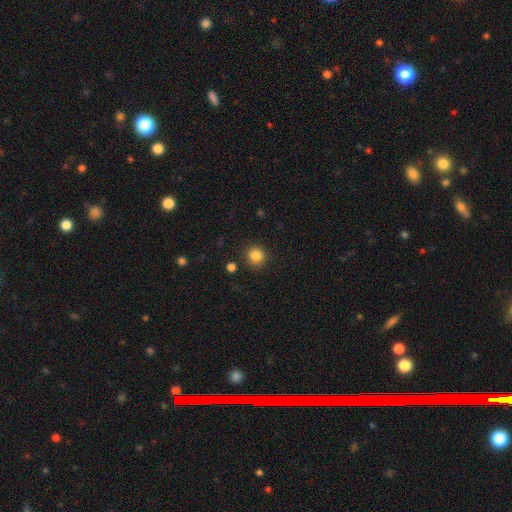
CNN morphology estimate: smooth 84%, star or artifact 11%, featured or disk 5%. Down the decision tree: how rounded — round (92%); merging — none (90%).